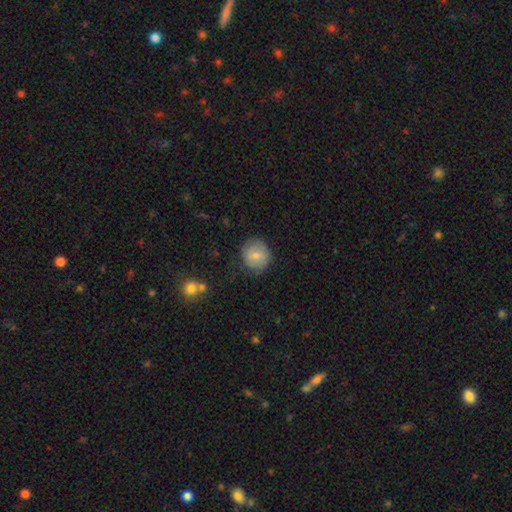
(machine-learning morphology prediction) Smooth or featured: smooth — 71% (featured or disk — 21%)
How rounded: round — 87% (in between — 12%)
Merging: none — 80% (minor disturbance — 14%)